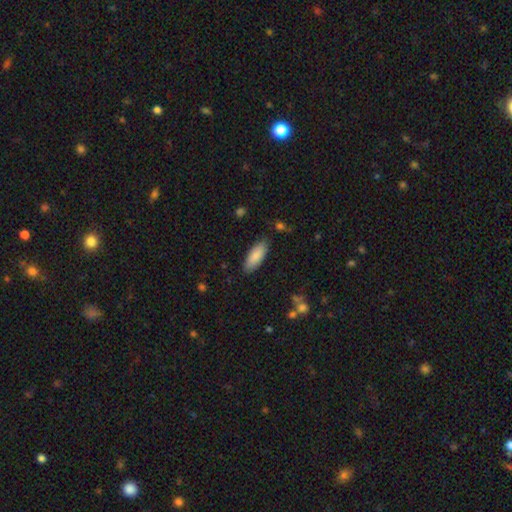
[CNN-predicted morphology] smooth_or_featured: smooth (p=0.85) [alt: featured or disk p=0.09]
how_rounded: in between (p=0.72) [alt: cigar-shaped p=0.27]
merging: none (p=0.87) [alt: minor disturbance p=0.10]